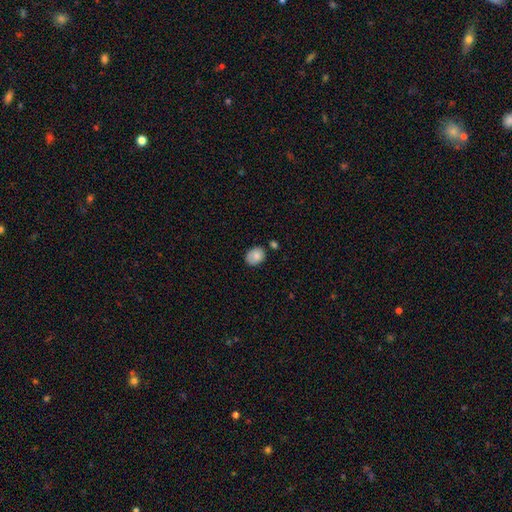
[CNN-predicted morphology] Smooth or featured? Predicted: smooth (p=0.81). How rounded? Predicted: in between (p=0.57). Merging? Predicted: none (p=0.66).